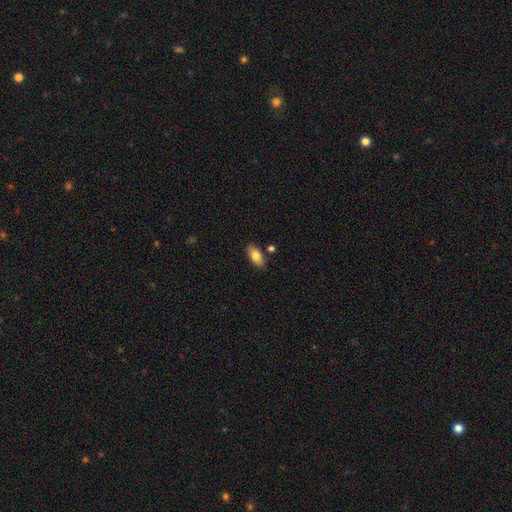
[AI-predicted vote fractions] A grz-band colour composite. It shows a smooth galaxy with no disk features (81%) that is in between round and cigar-shaped (90%). Merging: none (83%).